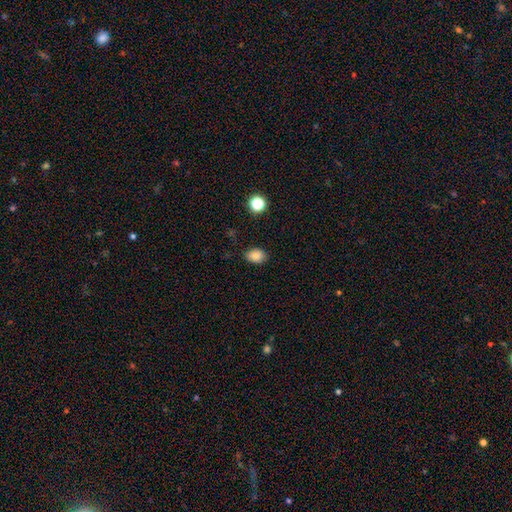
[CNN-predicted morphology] smooth-or-featured: smooth: 84% | star or artifact: 11% | featured or disk: 5%
  how-rounded: in between: 71% | round: 28% | cigar-shaped: 1%
  merging: none: 83% | minor disturbance: 13% | major disturbance: 3% | merger: 1%